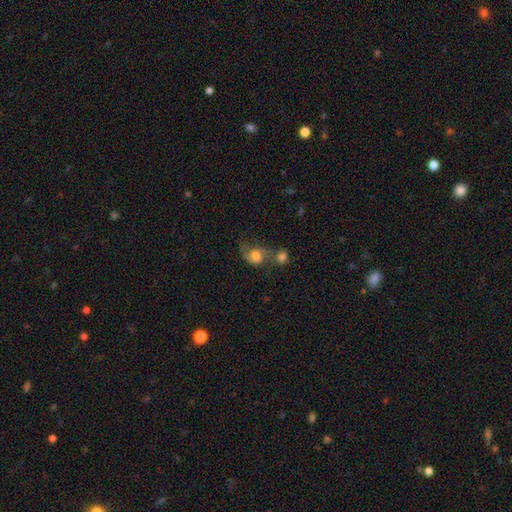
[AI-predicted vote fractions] smooth-or-featured: featured or disk: 48% | smooth: 42% | star or artifact: 11%
  merging: merger: 48% | none: 25% | major disturbance: 15% | minor disturbance: 13%